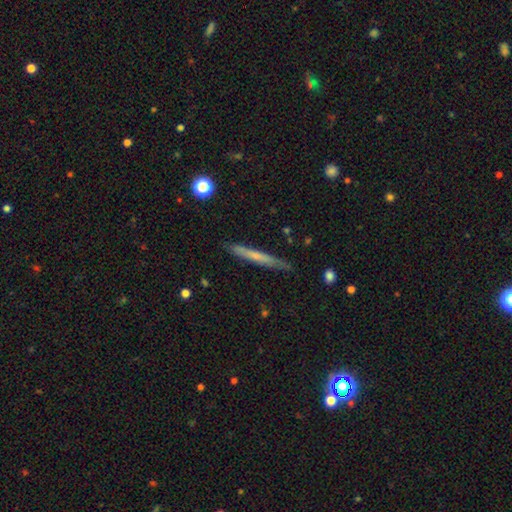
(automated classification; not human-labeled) smooth-or-featured: smooth: 49% | featured or disk: 44% | star or artifact: 6%
  merging: none: 84% | minor disturbance: 12% | major disturbance: 2% | merger: 2%